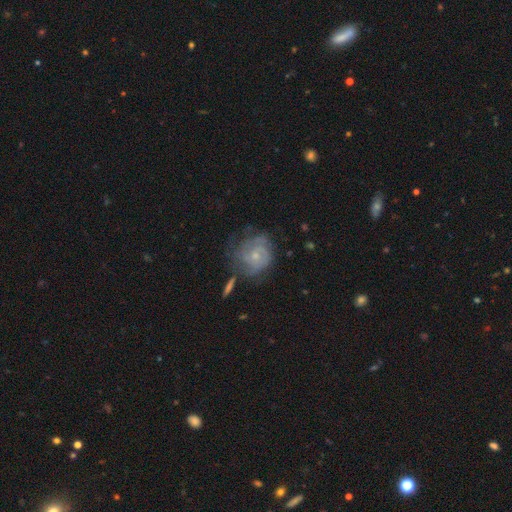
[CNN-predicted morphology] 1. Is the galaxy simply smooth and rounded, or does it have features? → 73% featured or disk, 20% smooth, 7% star or artifact.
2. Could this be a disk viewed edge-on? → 97% no, 3% yes.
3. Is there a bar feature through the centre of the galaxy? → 75% no, 22% weak, 3% strong.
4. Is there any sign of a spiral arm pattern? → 87% yes, 13% no.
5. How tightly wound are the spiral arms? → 63% tight, 28% medium, 9% loose.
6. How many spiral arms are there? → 44% can't tell, 20% 2, 18% 3, 8% 4, 5% 1, 5% more than 4.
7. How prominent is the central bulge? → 67% small, 28% moderate, 3% none, 1% large, 1% dominant.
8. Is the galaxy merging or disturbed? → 57% none, 24% minor disturbance, 14% major disturbance, 5% merger.